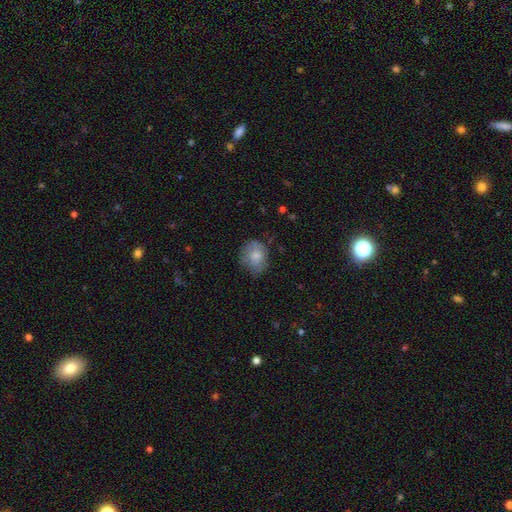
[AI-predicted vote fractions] The model was most divided on "how rounded": round: 55%, in between: 44%, cigar-shaped: 1%. More confident: smooth or featured — smooth (75%); merging — none (60%).